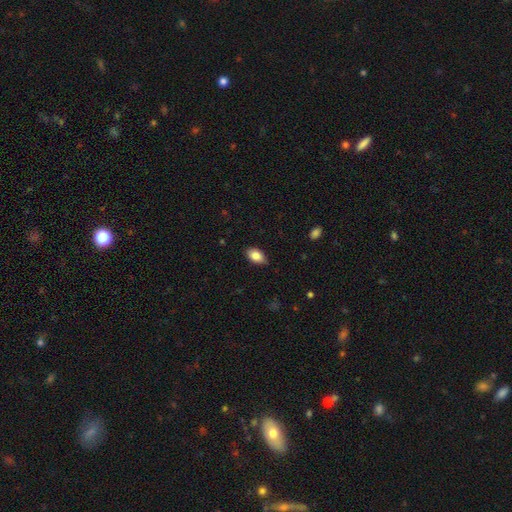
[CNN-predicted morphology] Smooth or featured? Predicted: smooth (p=0.85). How rounded? Predicted: in between (p=0.91). Merging? Predicted: none (p=0.82).